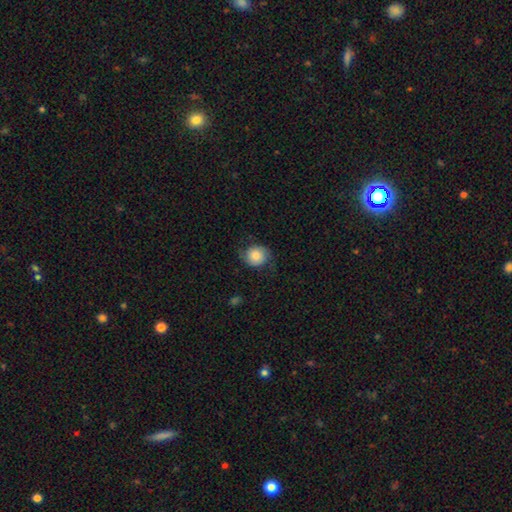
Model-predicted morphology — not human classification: This appears to be a smooth galaxy with no disk features (70%) that is round (81%). Merging: none (69%).